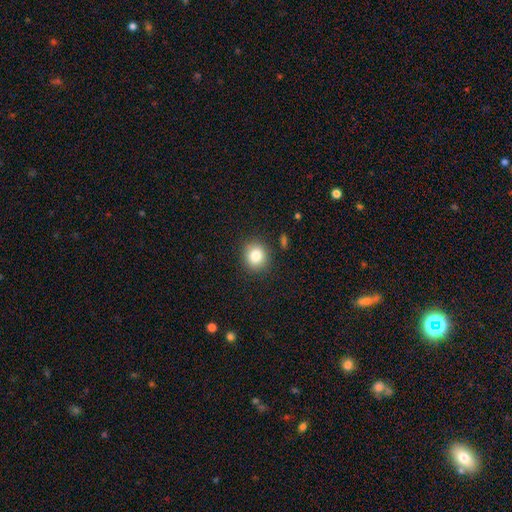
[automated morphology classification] The model was most divided on "how rounded": round: 80%, in between: 19%, cigar-shaped: 1%. More confident: merging — none (87%); smooth or featured — smooth (83%).